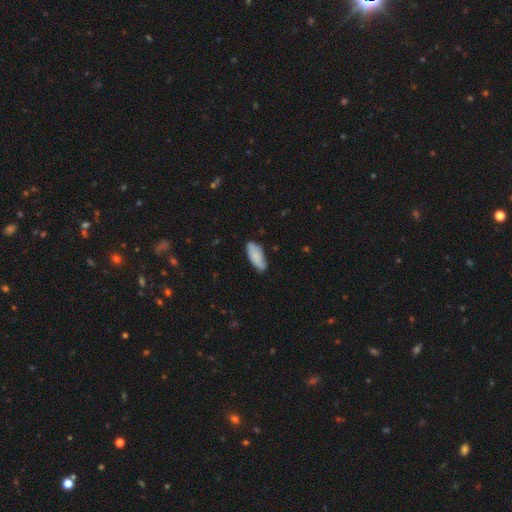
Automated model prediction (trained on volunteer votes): Q: Smooth or featured?
A: smooth (78%); runner-up: featured or disk (16%)
Q: How rounded?
A: in between (83%); runner-up: cigar-shaped (16%)
Q: Merging?
A: none (74%); runner-up: minor disturbance (21%)